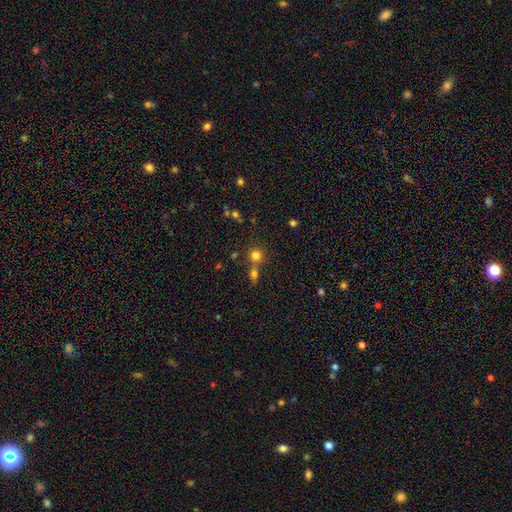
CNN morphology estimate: This is likely a smooth galaxy (77%). How rounded: clearly round (90%). Merging: possibly none (58%).